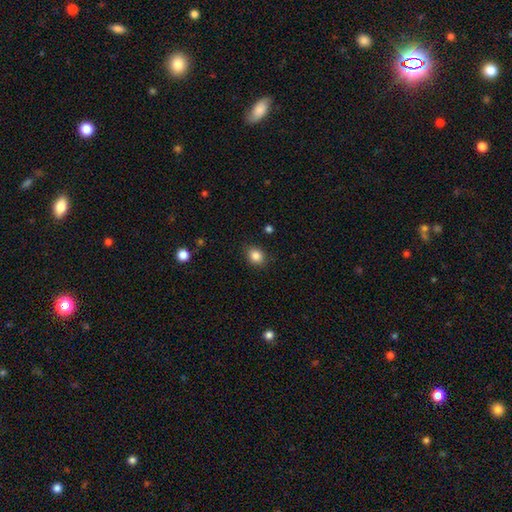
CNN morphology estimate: smooth-or-featured: smooth: 85% | star or artifact: 10% | featured or disk: 5%
  how-rounded: round: 58% | in between: 41% | cigar-shaped: 1%
  merging: none: 87% | minor disturbance: 9% | major disturbance: 2% | merger: 1%